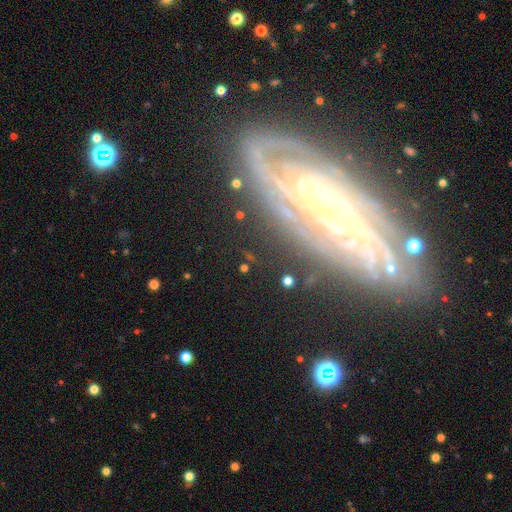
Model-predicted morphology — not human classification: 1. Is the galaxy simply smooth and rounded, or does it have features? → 84% featured or disk, 8% star or artifact, 8% smooth.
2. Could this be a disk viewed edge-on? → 88% no, 12% yes.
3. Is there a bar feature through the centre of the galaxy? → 64% no, 24% weak, 12% strong.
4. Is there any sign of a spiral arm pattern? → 97% yes, 3% no.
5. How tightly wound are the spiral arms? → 77% tight, 19% medium, 4% loose.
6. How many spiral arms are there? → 28% can't tell, 19% 3, 18% 2, 16% 4, 12% more than 4, 7% 1.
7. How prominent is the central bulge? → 79% small, 13% moderate, 5% none, 2% large, 1% dominant.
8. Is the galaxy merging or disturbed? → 80% none, 14% minor disturbance, 4% major disturbance, 2% merger.